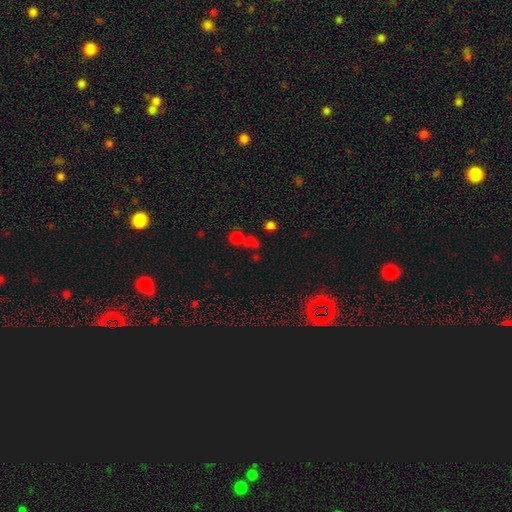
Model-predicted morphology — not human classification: smooth-or-featured: star or artifact: 48% | smooth: 39% | featured or disk: 12%